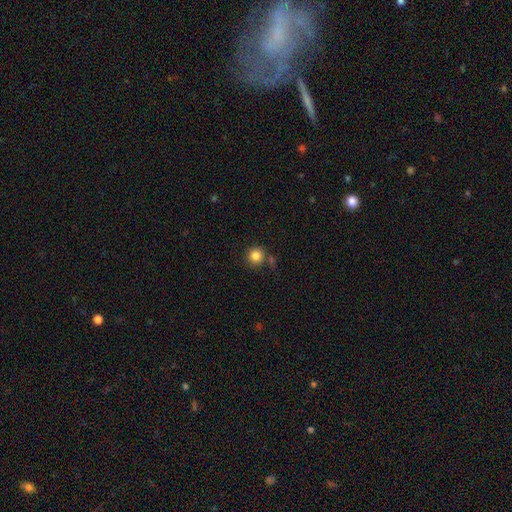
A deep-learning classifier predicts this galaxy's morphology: Smooth or featured? smooth (85%)
How rounded? round (94%)
Merging? none (76%)